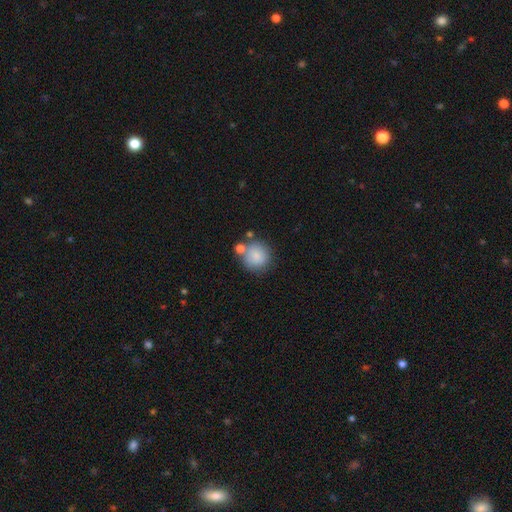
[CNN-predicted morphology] Smooth or featured? Predicted: smooth (p=0.83). How rounded? Predicted: round (p=0.91). Merging? Predicted: none (p=0.65).